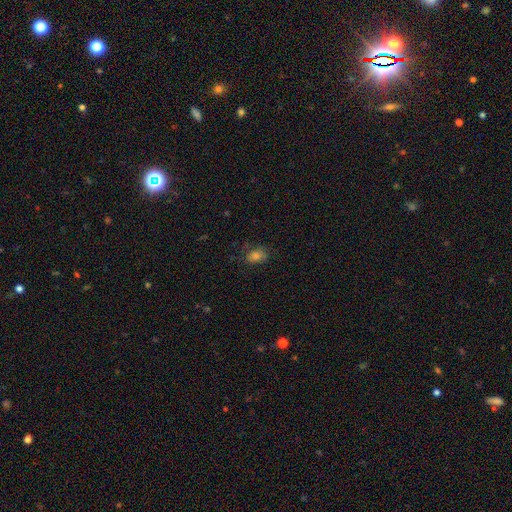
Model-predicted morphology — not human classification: Overall: smooth (66%). How rounded: in between (75%). Merging: none (71%).